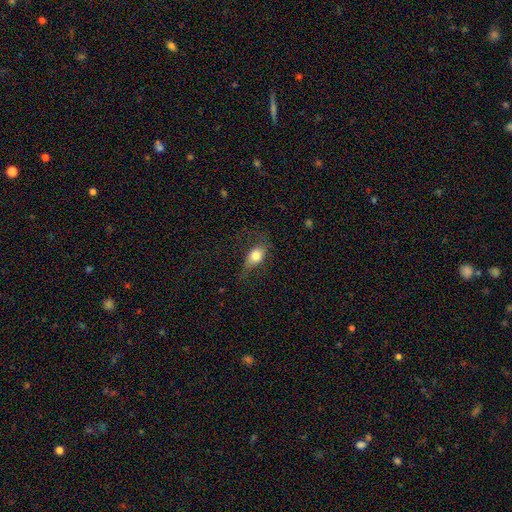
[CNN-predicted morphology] Smooth or featured? smooth (71%)
How rounded? in between (79%)
Merging? none (52%)